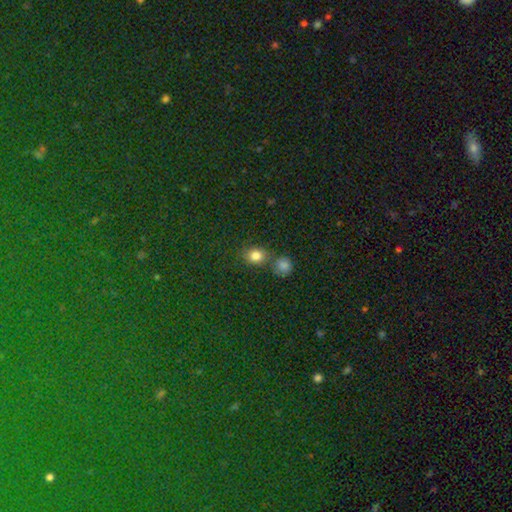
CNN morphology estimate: Smooth or featured: smooth — 81% (star or artifact — 13%)
How rounded: round — 72% (in between — 27%)
Merging: none — 66% (merger — 21%)